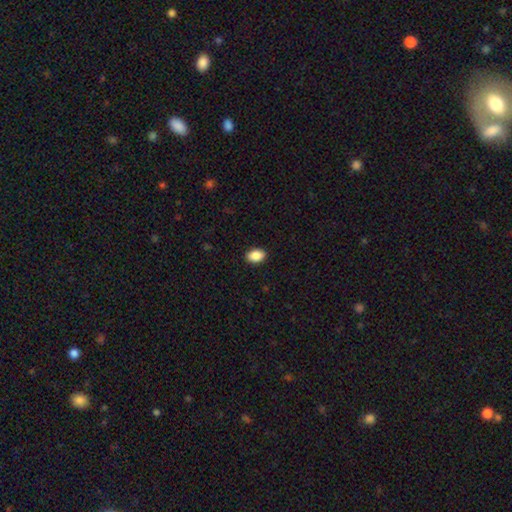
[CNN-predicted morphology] smooth_or_featured: smooth (p=0.89) [alt: star or artifact p=0.08]
how_rounded: in between (p=0.86) [alt: round p=0.12]
merging: none (p=0.91) [alt: minor disturbance p=0.07]